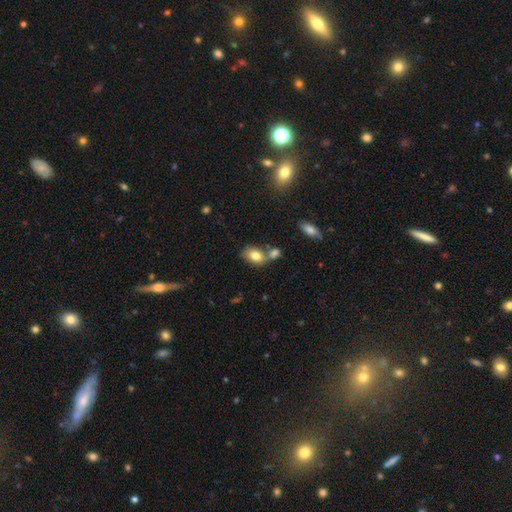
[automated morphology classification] smooth 80%, featured or disk 12%, star or artifact 8%. Down the decision tree: how rounded — in between (81%); merging — none (50%).